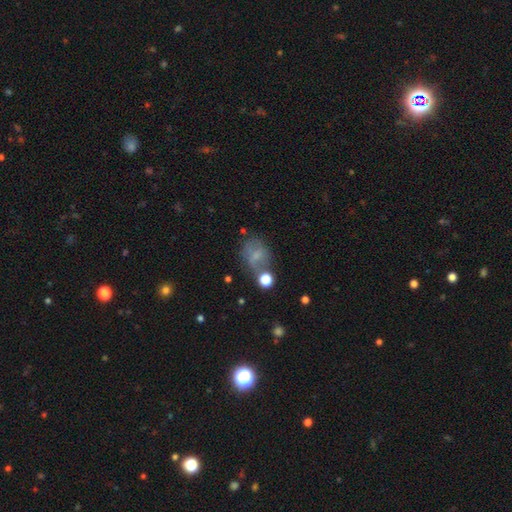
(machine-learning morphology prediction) This is possibly a smooth galaxy (54%). How rounded: possibly in between (51%). Merging: possibly none (50%).